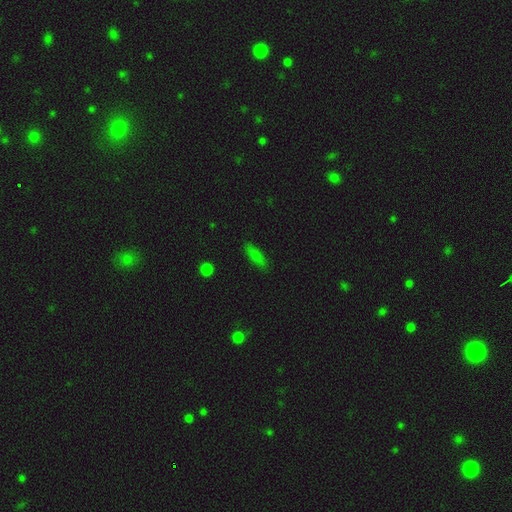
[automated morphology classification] smooth 79%, featured or disk 11%, star or artifact 11%. Down the decision tree: how rounded — in between (51%); merging — none (84%).